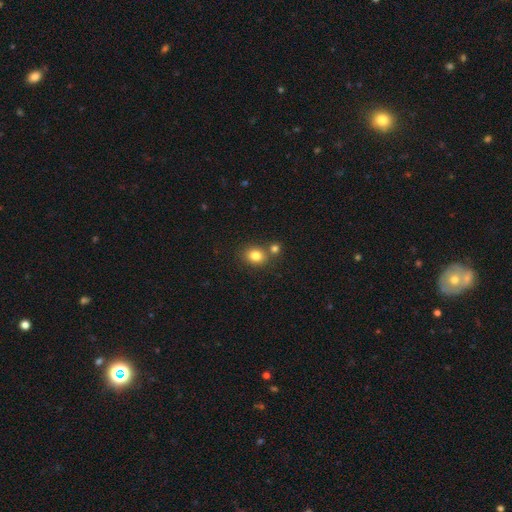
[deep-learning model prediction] Q: Smooth or featured?
A: smooth (82%); runner-up: star or artifact (11%)
Q: How rounded?
A: round (58%); runner-up: in between (41%)
Q: Merging?
A: none (65%); runner-up: merger (22%)